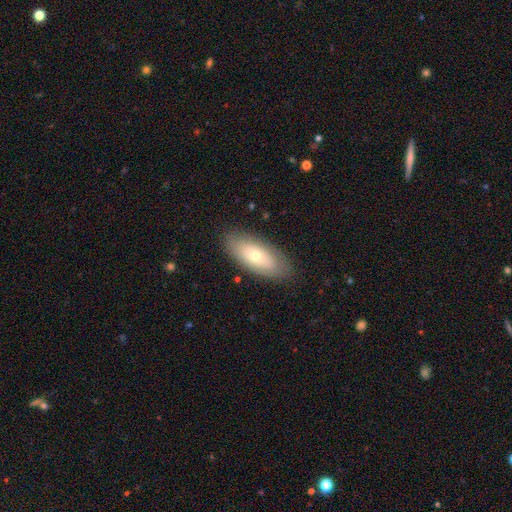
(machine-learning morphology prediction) Smooth or featured? Predicted: smooth (p=0.61). How rounded? Predicted: in between (p=0.85). Merging? Predicted: none (p=0.85).